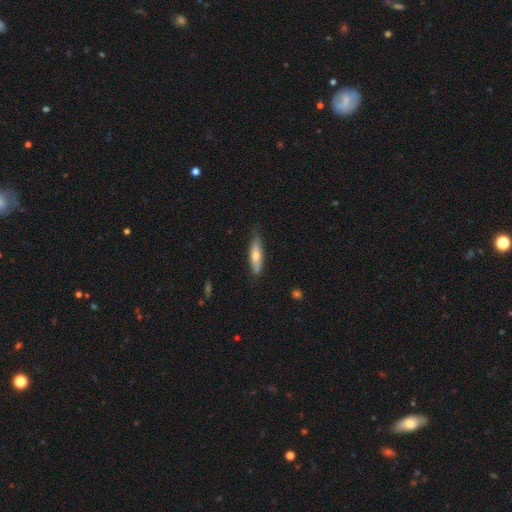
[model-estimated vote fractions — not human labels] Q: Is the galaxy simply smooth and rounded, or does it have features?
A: smooth — 59%.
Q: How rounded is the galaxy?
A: cigar-shaped — 72%.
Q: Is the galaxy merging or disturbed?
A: none — 75%.